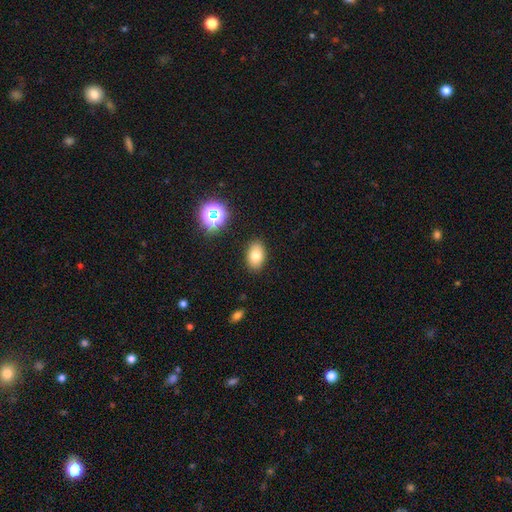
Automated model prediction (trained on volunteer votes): smooth-or-featured: smooth: 77% | featured or disk: 12% | star or artifact: 11%
  how-rounded: in between: 86% | round: 13% | cigar-shaped: 1%
  merging: none: 87% | minor disturbance: 9% | major disturbance: 2% | merger: 2%